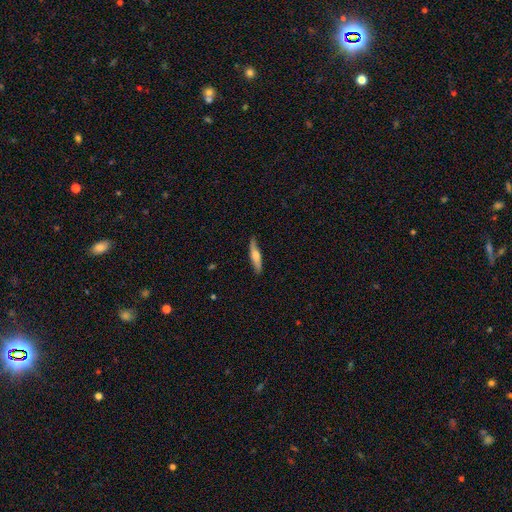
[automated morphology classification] smooth 54%, featured or disk 40%, star or artifact 5%. Down the decision tree: how rounded — cigar-shaped (83%); merging — none (79%).